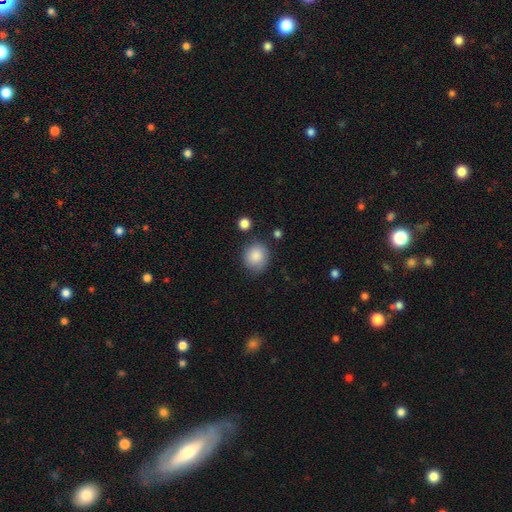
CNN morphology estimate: This appears to be a smooth galaxy with no disk features (85%) that is round (82%). Merging: none (76%).